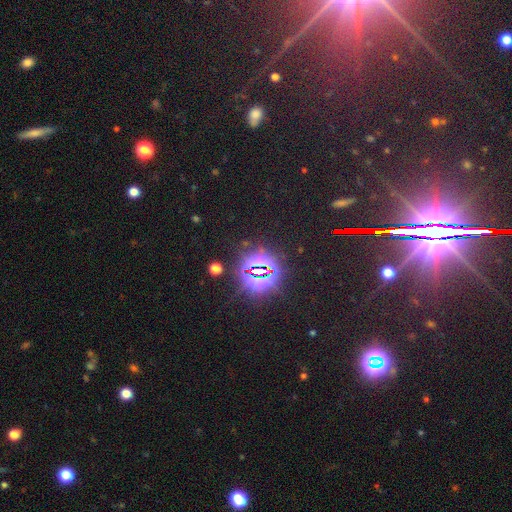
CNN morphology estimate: Smooth or featured? Predicted: star or artifact (p=0.76).